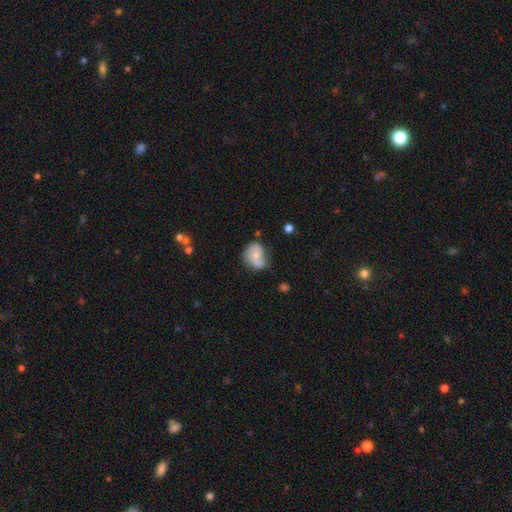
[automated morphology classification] Smooth or featured?
  - featured or disk: 47% *
  - smooth: 45%
  - star or artifact: 8%
Merging?
  - none: 47% *
  - minor disturbance: 31%
  - major disturbance: 14%
  - merger: 9%